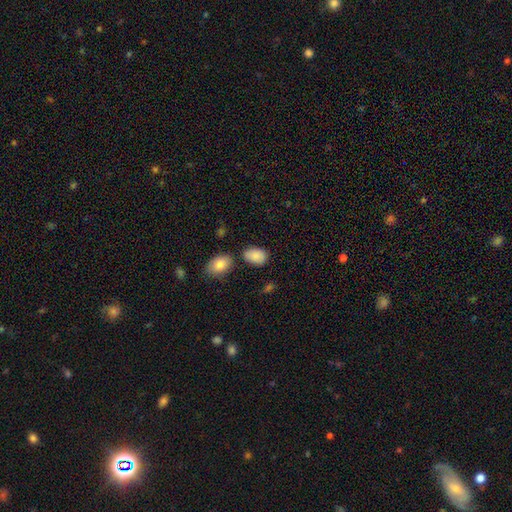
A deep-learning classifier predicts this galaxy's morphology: Q: Smooth or featured?
A: smooth (88%); runner-up: star or artifact (7%)
Q: How rounded?
A: in between (88%); runner-up: round (11%)
Q: Merging?
A: none (71%); runner-up: minor disturbance (17%)